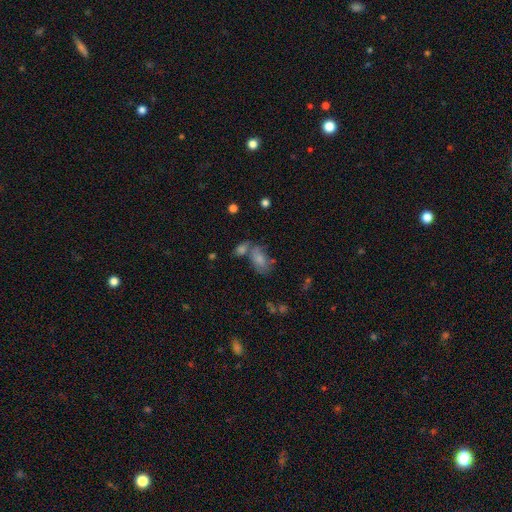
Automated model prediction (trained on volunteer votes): Morphology: type=smooth (51%); roundness=in between (79%); merging=none (52%).